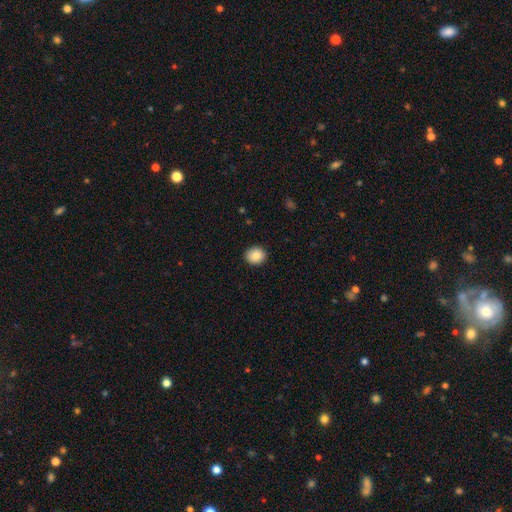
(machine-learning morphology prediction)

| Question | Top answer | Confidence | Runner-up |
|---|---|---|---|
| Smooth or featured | smooth | 86% | star or artifact (8%) |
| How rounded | round | 76% | in between (23%) |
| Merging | none | 90% | minor disturbance (7%) |